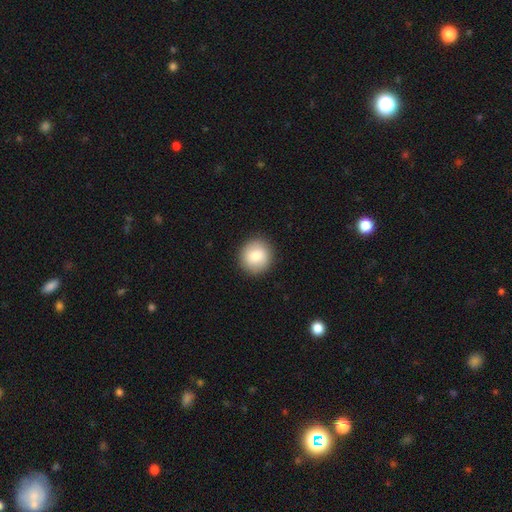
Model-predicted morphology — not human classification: smooth-or-featured: smooth: 80% | featured or disk: 12% | star or artifact: 8%
  how-rounded: round: 90% | in between: 9% | cigar-shaped: 1%
  merging: none: 91% | minor disturbance: 6% | major disturbance: 2% | merger: 1%